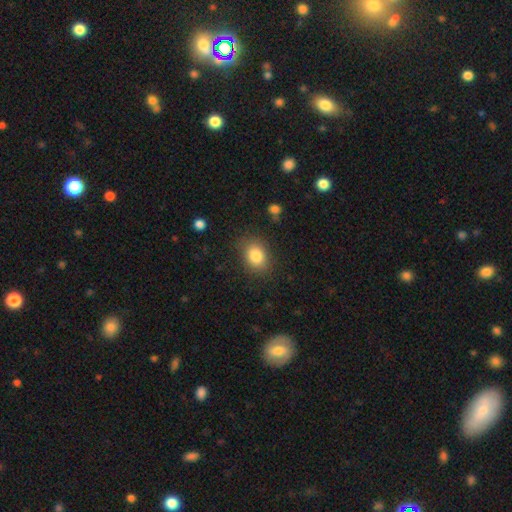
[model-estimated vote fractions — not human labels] smooth_or_featured: smooth (p=0.83) [alt: star or artifact p=0.09]
how_rounded: in between (p=0.59) [alt: round p=0.40]
merging: none (p=0.83) [alt: minor disturbance p=0.12]